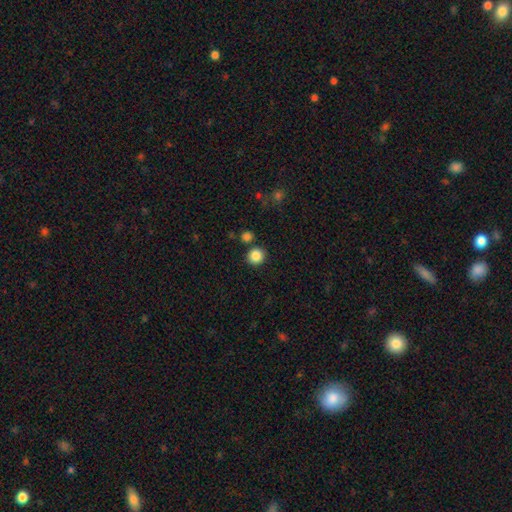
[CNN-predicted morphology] Overall: smooth (86%). How rounded: round (92%). Merging: none (84%).